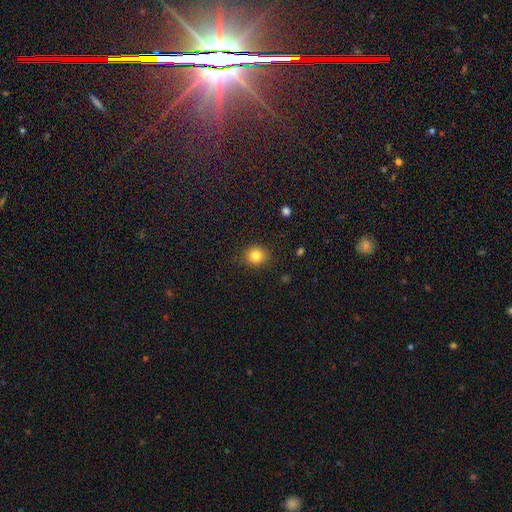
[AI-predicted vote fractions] The model was most divided on "smooth or featured": smooth: 83%, star or artifact: 11%, featured or disk: 6%. More confident: merging — none (88%); how rounded — round (86%).